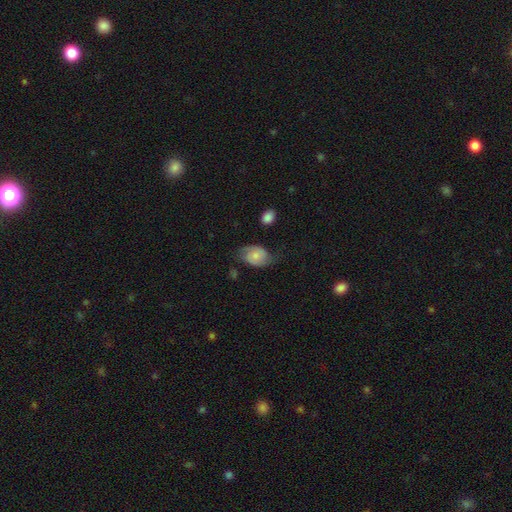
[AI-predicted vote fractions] smooth_or_featured: featured or disk (p=0.47) [alt: smooth p=0.45]
merging: none (p=0.54) [alt: minor disturbance p=0.29]